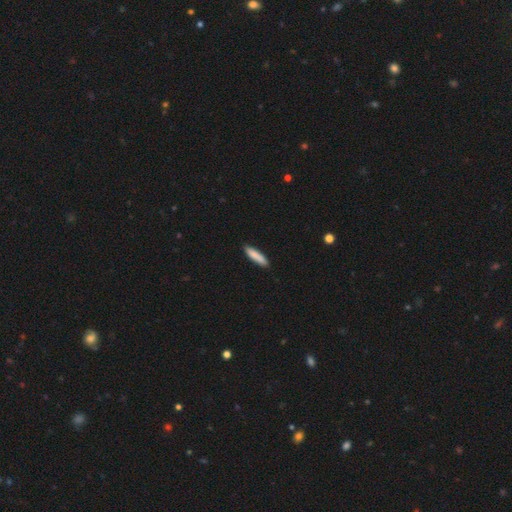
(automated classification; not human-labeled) A smooth galaxy with no disk features (87%) that is cigar-shaped (80%). Merging: none (89%).